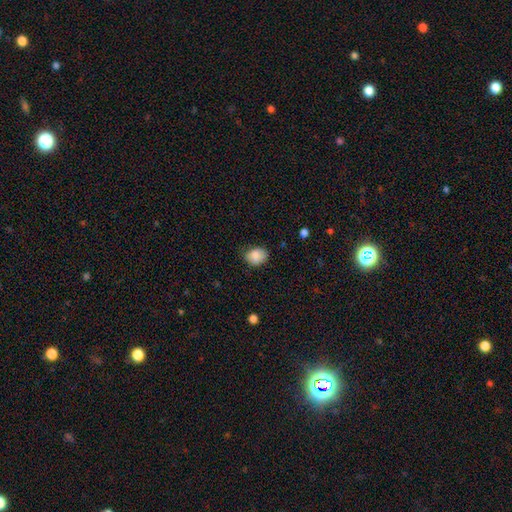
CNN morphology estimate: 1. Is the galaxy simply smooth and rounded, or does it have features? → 85% smooth, 8% star or artifact, 7% featured or disk.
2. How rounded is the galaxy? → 55% in between, 44% round, 1% cigar-shaped.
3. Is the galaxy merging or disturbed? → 69% none, 25% minor disturbance, 5% major disturbance, 1% merger.